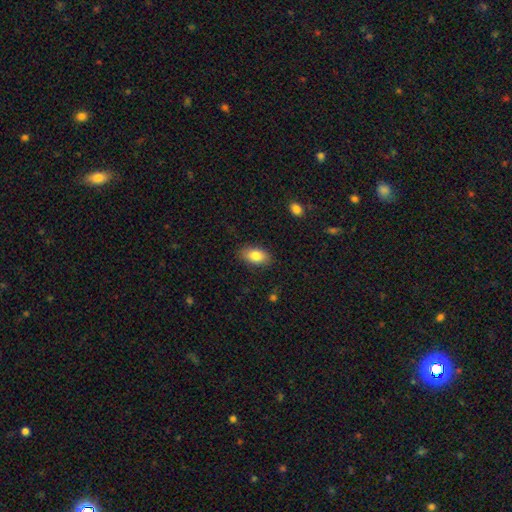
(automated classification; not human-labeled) smooth_or_featured: smooth (p=0.83) [alt: featured or disk p=0.09]
how_rounded: in between (p=0.91) [alt: round p=0.06]
merging: none (p=0.86) [alt: minor disturbance p=0.10]